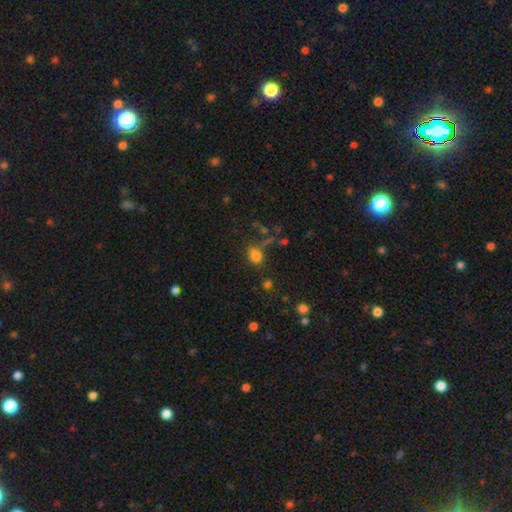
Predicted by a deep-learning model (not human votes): A smooth galaxy with no disk features (76%) that is in between round and cigar-shaped (59%).

Vote fractions:
- Smooth or featured? smooth: 76% / star or artifact: 16% / featured or disk: 8%
- How rounded? in between: 59% / round: 39% / cigar-shaped: 2%
- Merging? none: 56% / minor disturbance: 19% / merger: 13% / major disturbance: 12%